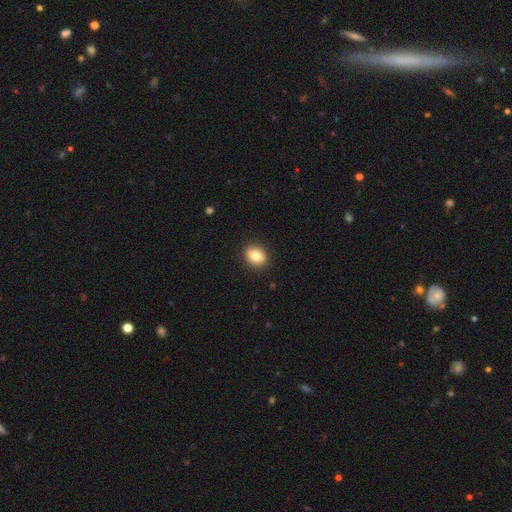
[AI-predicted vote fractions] Q: Smooth or featured?
A: smooth (81%); runner-up: featured or disk (10%)
Q: How rounded?
A: round (49%); tied with: in between (49%)
Q: Merging?
A: none (90%); runner-up: minor disturbance (7%)